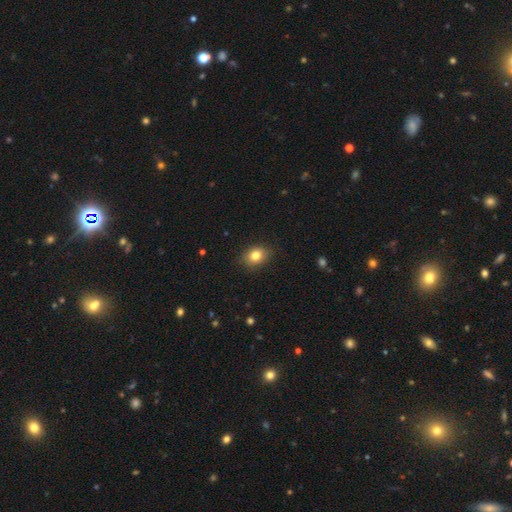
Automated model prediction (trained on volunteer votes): smooth-or-featured: smooth: 81% | star or artifact: 10% | featured or disk: 9%
  how-rounded: in between: 60% | round: 39% | cigar-shaped: 1%
  merging: none: 86% | minor disturbance: 11% | major disturbance: 2% | merger: 1%